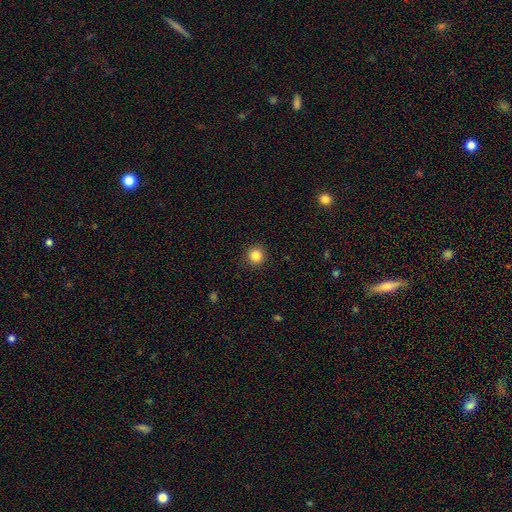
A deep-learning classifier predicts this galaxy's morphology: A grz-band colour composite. It shows a smooth galaxy with no disk features (85%) that is round (94%). Merging: none (92%).